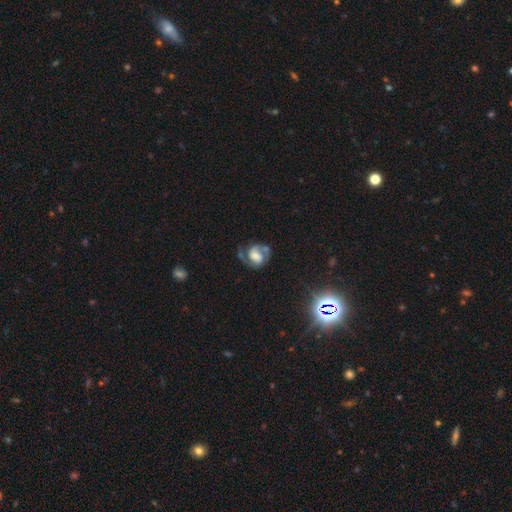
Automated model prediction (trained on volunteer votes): Smooth or featured? Predicted: featured or disk (p=0.74). Edge-on disk? Predicted: no (p=0.98). Bar? Predicted: no (p=0.43). Spiral arms? Predicted: yes (p=0.92). Spiral winding? Predicted: medium (p=0.49). Spiral arm count? Predicted: 2 (p=0.78). Bulge size? Predicted: large (p=0.33). Merging? Predicted: none (p=0.54).